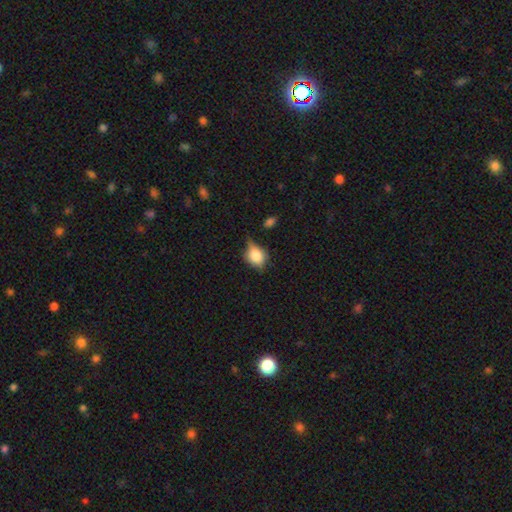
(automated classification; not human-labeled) Smooth or featured? Predicted: smooth (p=0.71). How rounded? Predicted: round (p=0.50). Merging? Predicted: none (p=0.48).